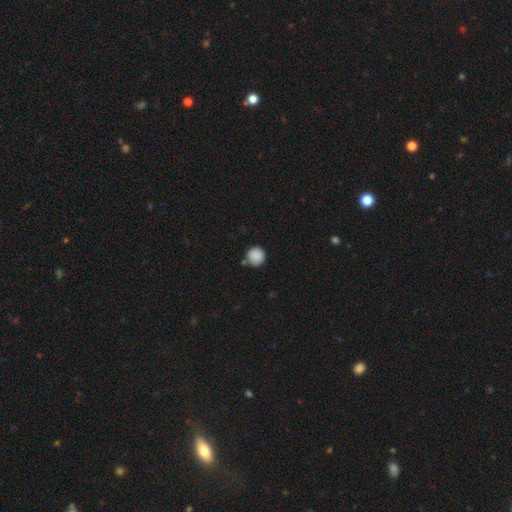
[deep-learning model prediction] Q: Smooth or featured?
A: smooth (89%); runner-up: star or artifact (9%)
Q: How rounded?
A: round (95%); runner-up: in between (4%)
Q: Merging?
A: none (82%); runner-up: minor disturbance (9%)